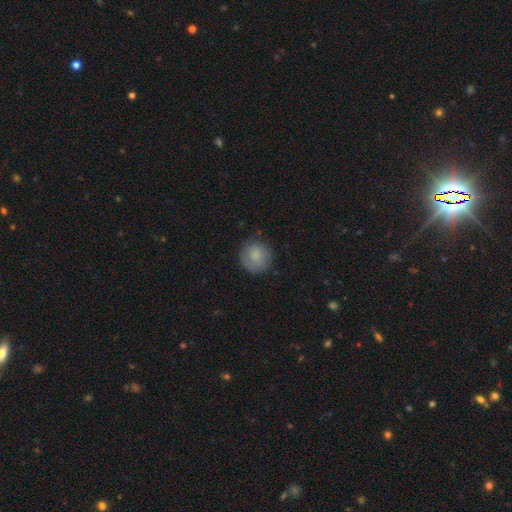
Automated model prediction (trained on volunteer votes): smooth 84%, featured or disk 9%, star or artifact 7%. Down the decision tree: how rounded — round (92%); merging — none (83%).